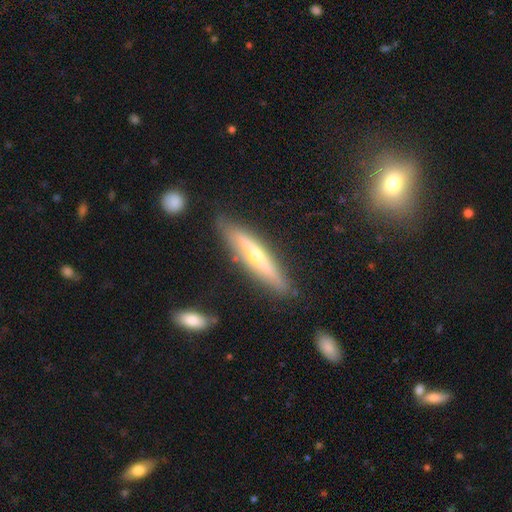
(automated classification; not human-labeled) Smooth or featured: featured or disk — 67% (smooth — 27%)
Edge-on disk: yes — 91% (no — 9%)
Edge-on bulge: rounded — 85% (none — 11%)
Merging: none — 82% (minor disturbance — 13%)